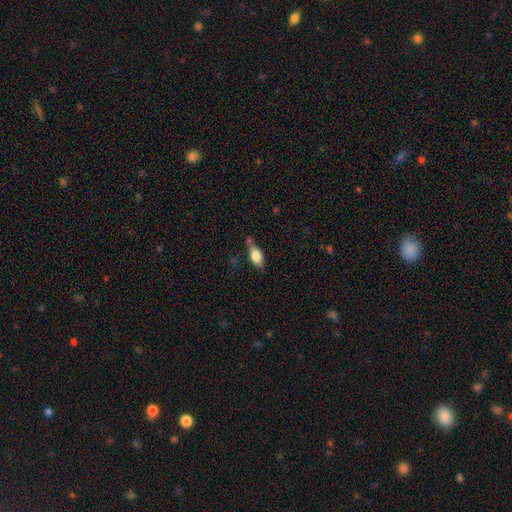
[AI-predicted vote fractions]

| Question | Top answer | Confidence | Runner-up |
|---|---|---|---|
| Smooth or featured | smooth | 80% | featured or disk (13%) |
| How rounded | in between | 86% | cigar-shaped (10%) |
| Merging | none | 60% | minor disturbance (23%) |